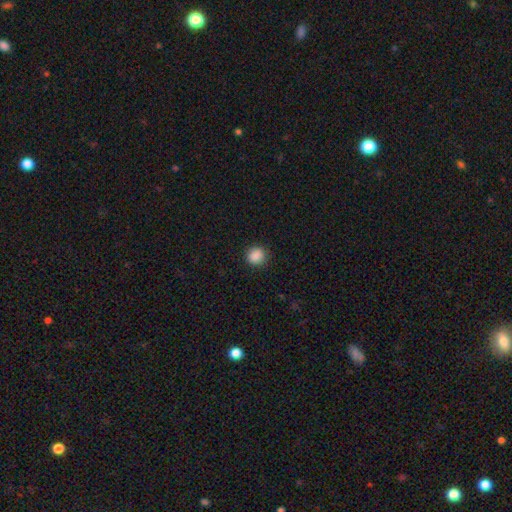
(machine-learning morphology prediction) type=smooth (88%); roundness=round (83%); merging=none (88%).